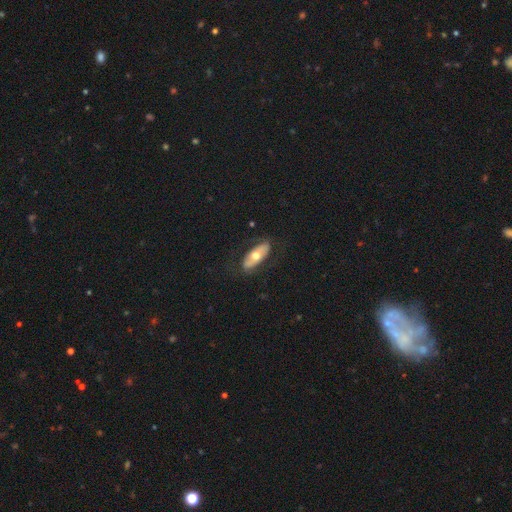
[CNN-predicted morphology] This appears to be a smooth galaxy with no disk features (52%) that is in between round and cigar-shaped (80%). Merging: none (80%).